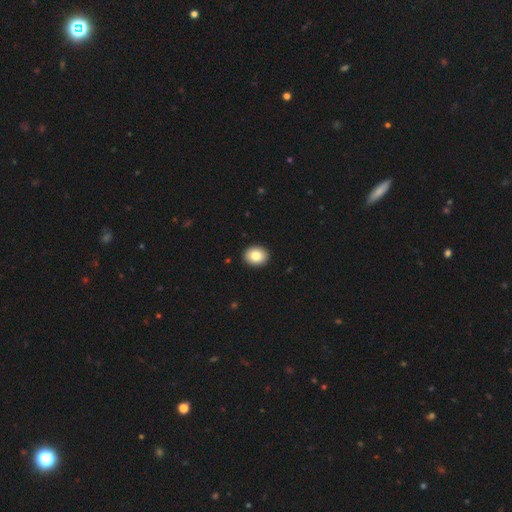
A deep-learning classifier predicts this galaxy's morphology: This appears to be a smooth galaxy with no disk features (83%) that is round (54%). Merging: none (92%).